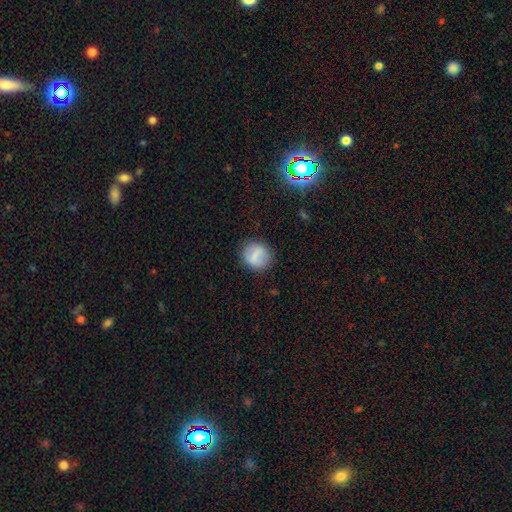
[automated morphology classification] A smooth galaxy with no disk features (67%) that is round (79%).

Vote fractions:
- Smooth or featured? smooth: 67% / featured or disk: 25% / star or artifact: 8%
- How rounded? round: 79% / in between: 20% / cigar-shaped: 1%
- Merging? none: 83% / minor disturbance: 11% / major disturbance: 4% / merger: 1%